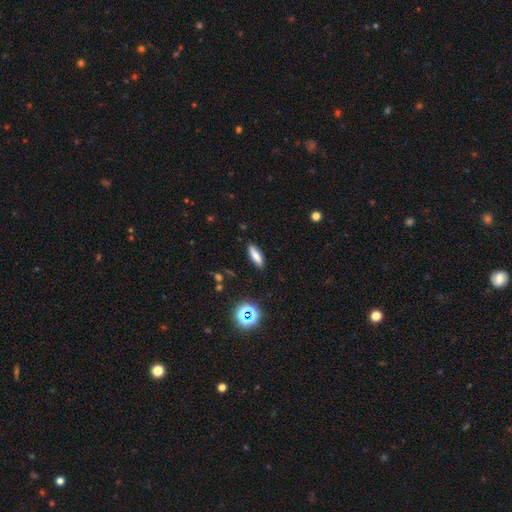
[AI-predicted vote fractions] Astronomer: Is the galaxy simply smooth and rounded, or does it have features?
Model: smooth — 75%.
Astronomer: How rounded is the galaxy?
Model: in between — 50% (runner-up: cigar-shaped, 48%).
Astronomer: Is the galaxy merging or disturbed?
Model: none — 87%.